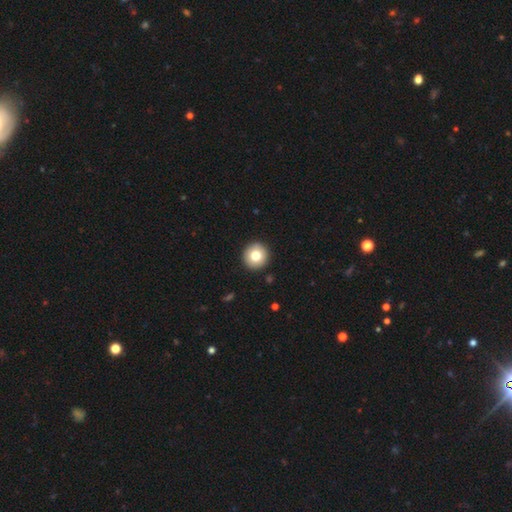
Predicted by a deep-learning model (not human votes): smooth_or_featured: smooth (p=0.77) [alt: featured or disk p=0.13]
how_rounded: round (p=0.95) [alt: in between p=0.04]
merging: none (p=0.93) [alt: minor disturbance p=0.04]